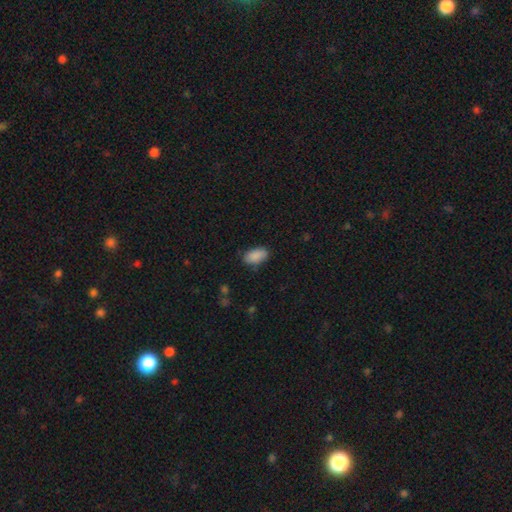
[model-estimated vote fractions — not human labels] Smooth or featured?
  - smooth: 89% *
  - star or artifact: 7%
  - featured or disk: 5%
How rounded?
  - in between: 94% *
  - round: 4%
  - cigar-shaped: 2%
Merging?
  - none: 79% *
  - minor disturbance: 16%
  - major disturbance: 3%
  - merger: 2%